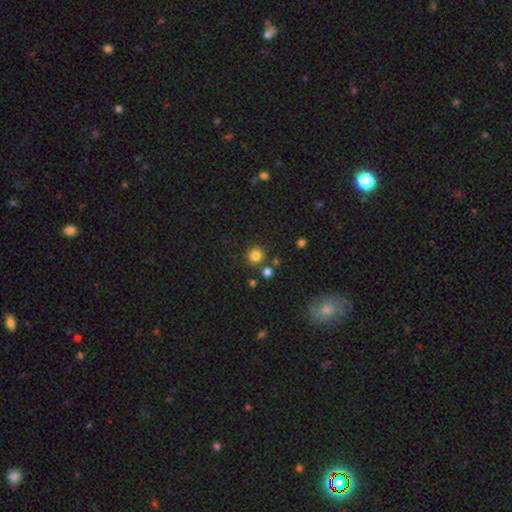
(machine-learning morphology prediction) The model was most divided on "smooth or featured": smooth: 82%, star or artifact: 13%, featured or disk: 5%. More confident: how rounded — round (92%); merging — none (83%).